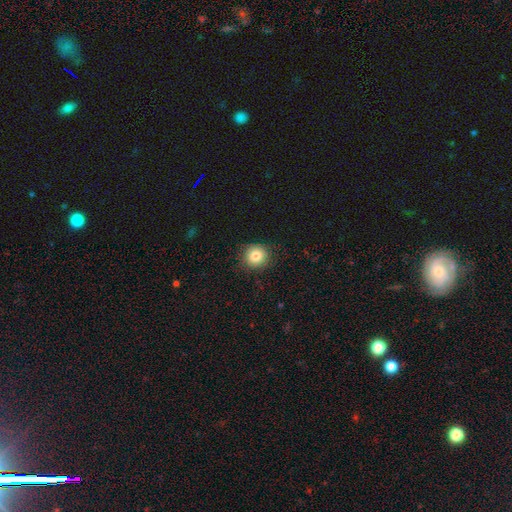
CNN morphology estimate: A smooth galaxy with no disk features (81%) that is round (91%).

Vote fractions:
- Smooth or featured? smooth: 81% / star or artifact: 11% / featured or disk: 8%
- How rounded? round: 91% / in between: 8% / cigar-shaped: 1%
- Merging? none: 86% / minor disturbance: 10% / major disturbance: 3% / merger: 1%